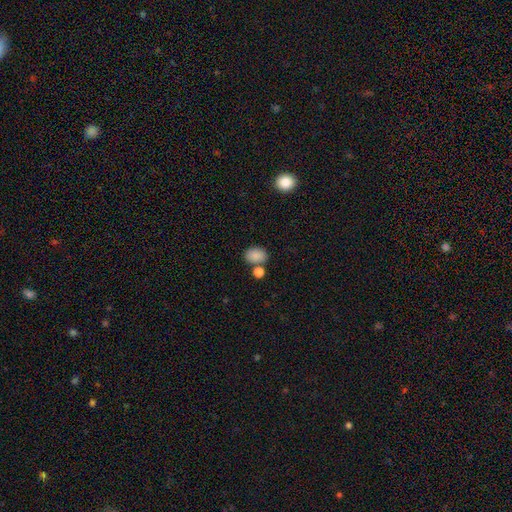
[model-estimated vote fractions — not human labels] This appears to be a smooth galaxy with no disk features (86%) that is in between round and cigar-shaped (75%). Merging: none (67%).